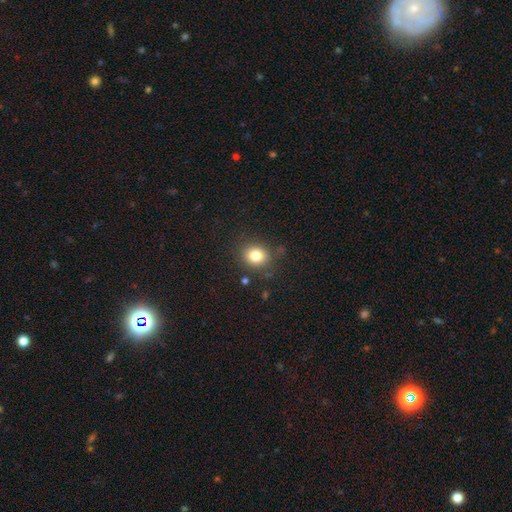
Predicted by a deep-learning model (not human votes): smooth 81%, star or artifact 11%, featured or disk 7%. Down the decision tree: how rounded — round (71%); merging — none (83%).